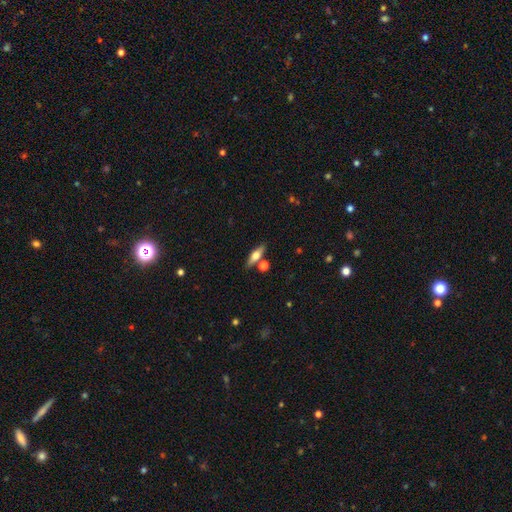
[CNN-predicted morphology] smooth_or_featured: smooth (p=0.47) [alt: featured or disk p=0.45]
merging: none (p=0.77) [alt: merger p=0.10]